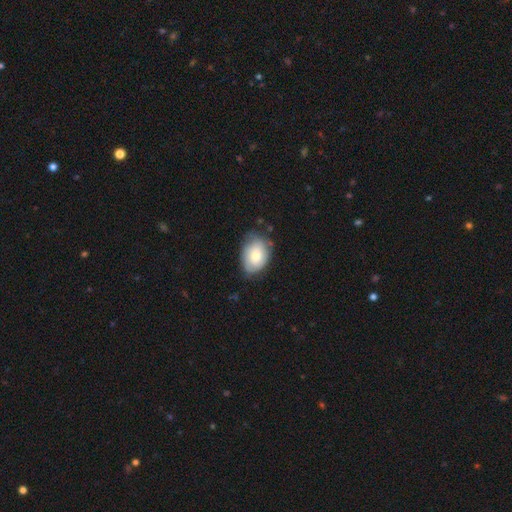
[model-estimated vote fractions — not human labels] This appears to be a smooth galaxy with no disk features (66%) that is in between round and cigar-shaped (78%). Merging: none (66%).